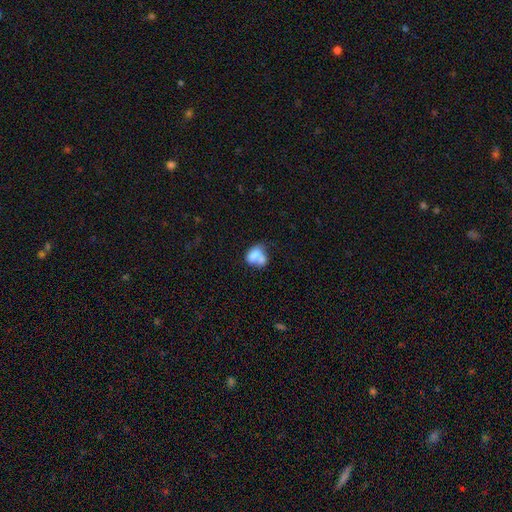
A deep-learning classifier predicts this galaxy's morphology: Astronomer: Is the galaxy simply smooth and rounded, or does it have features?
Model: smooth — 70%.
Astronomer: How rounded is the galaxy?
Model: in between — 71%.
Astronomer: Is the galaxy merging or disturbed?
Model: merger — 53%.